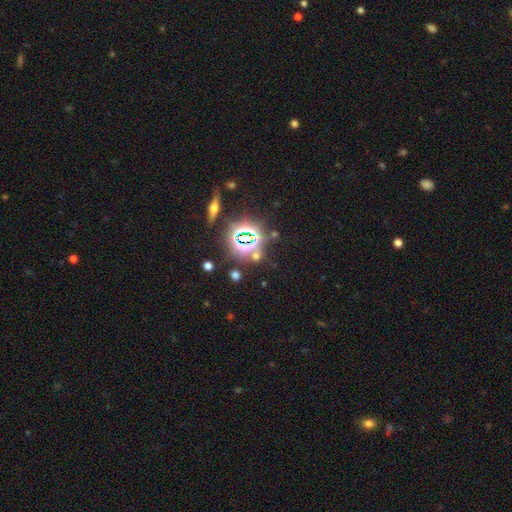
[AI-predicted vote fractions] Q: Smooth or featured?
A: star or artifact (77%); runner-up: smooth (13%)